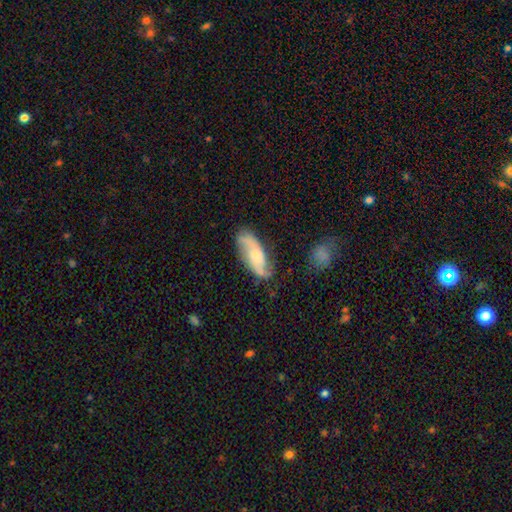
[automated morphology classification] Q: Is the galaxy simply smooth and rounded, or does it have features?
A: featured or disk — 67%.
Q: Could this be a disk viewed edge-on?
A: no — 91%.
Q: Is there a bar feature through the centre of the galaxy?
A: no — 56%.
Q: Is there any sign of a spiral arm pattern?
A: yes — 92%.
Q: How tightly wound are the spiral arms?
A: loose — 47%.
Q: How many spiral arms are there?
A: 2 — 86%.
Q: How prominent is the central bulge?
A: moderate — 49%.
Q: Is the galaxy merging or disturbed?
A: none — 74%.